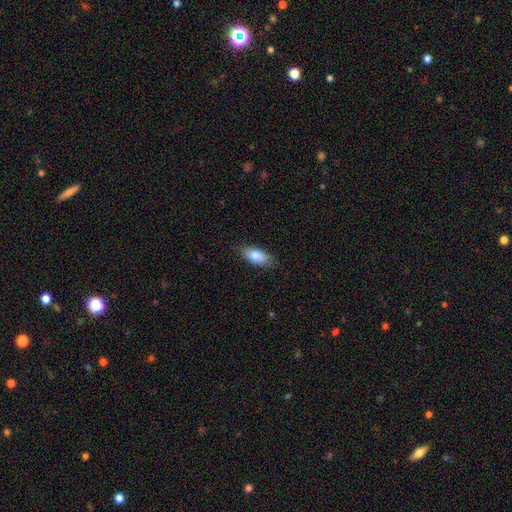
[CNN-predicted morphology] smooth-or-featured: smooth: 81% | featured or disk: 13% | star or artifact: 7%
  how-rounded: in between: 84% | cigar-shaped: 13% | round: 3%
  merging: none: 85% | minor disturbance: 12% | major disturbance: 2% | merger: 1%